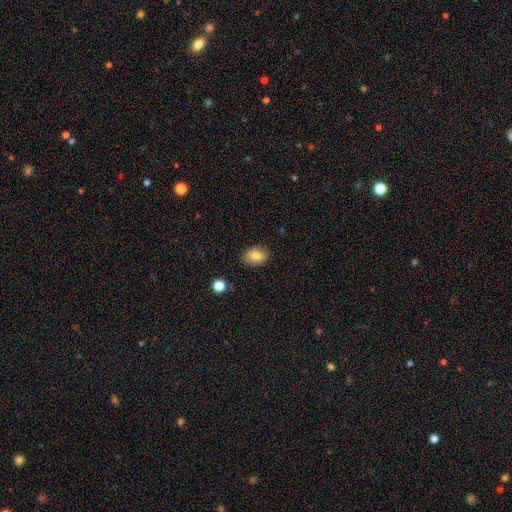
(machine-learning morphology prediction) smooth 80%, featured or disk 11%, star or artifact 8%. Down the decision tree: how rounded — in between (83%); merging — none (85%).